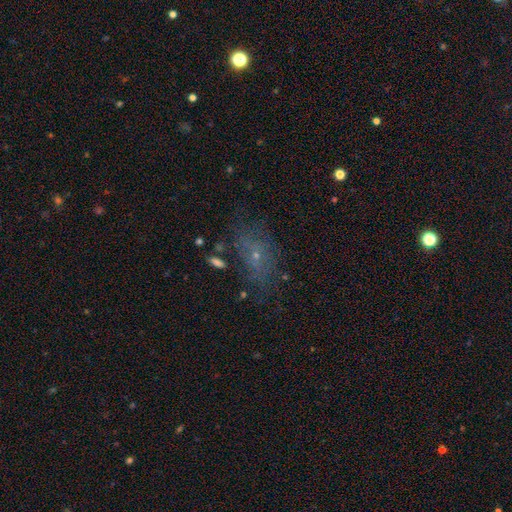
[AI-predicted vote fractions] Q: Smooth or featured?
A: smooth (41%); runner-up: featured or disk (30%)
Q: Merging?
A: none (66%); runner-up: minor disturbance (18%)